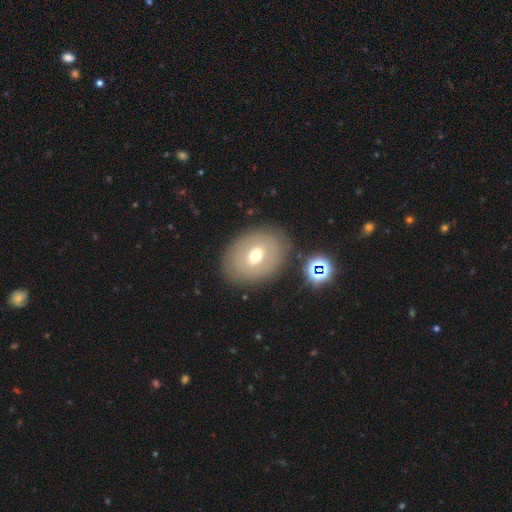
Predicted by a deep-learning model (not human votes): Smooth or featured: smooth — 60% (featured or disk — 30%)
How rounded: in between — 68% (round — 31%)
Merging: none — 81% (minor disturbance — 10%)